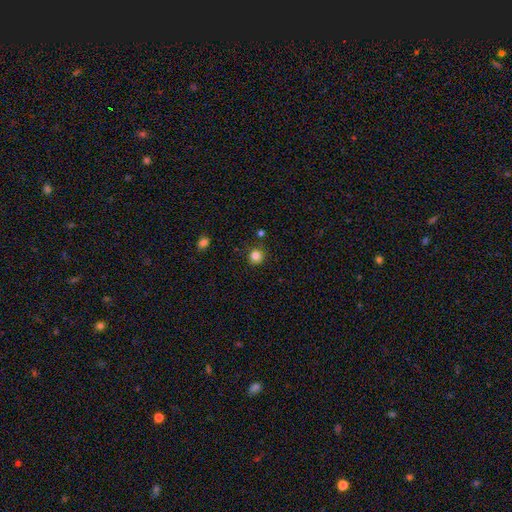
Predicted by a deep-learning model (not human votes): Smooth or featured? Predicted: smooth (p=0.83). How rounded? Predicted: round (p=0.91). Merging? Predicted: none (p=0.84).